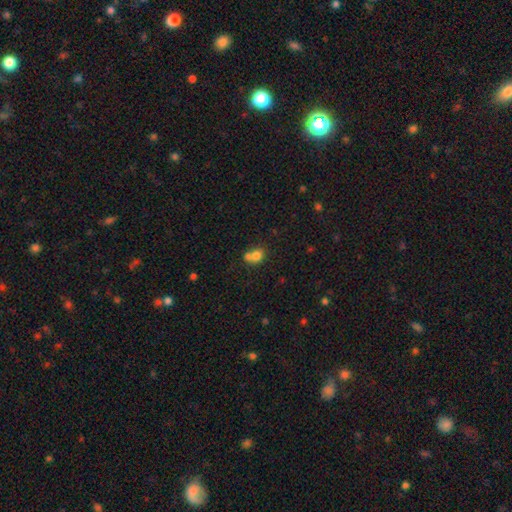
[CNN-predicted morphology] Smooth or featured? smooth (74%)
How rounded? round (64%)
Merging? merger (57%)